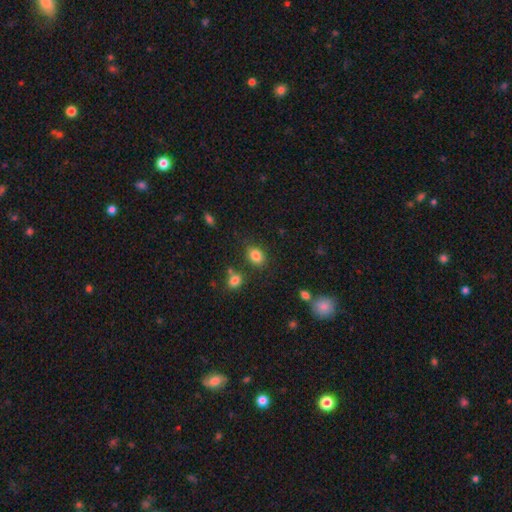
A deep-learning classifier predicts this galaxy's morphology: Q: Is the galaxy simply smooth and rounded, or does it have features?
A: smooth — 84%.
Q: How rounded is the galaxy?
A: in between — 69%.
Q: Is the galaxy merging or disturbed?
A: none — 78%.